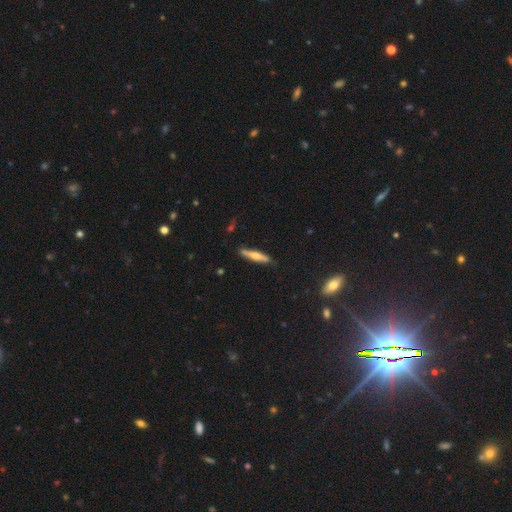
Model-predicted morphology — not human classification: This appears to be a smooth galaxy with no disk features (48%). Merging: none (84%).